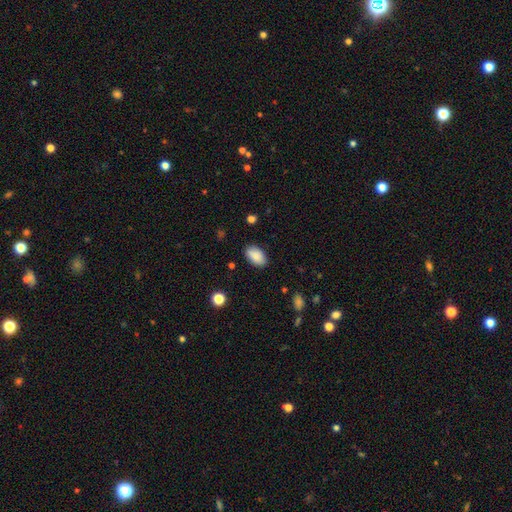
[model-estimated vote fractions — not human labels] A smooth galaxy with no disk features (89%) that is in between round and cigar-shaped (93%).

Vote fractions:
- Smooth or featured? smooth: 89% / star or artifact: 7% / featured or disk: 4%
- How rounded? in between: 93% / round: 5% / cigar-shaped: 2%
- Merging? none: 86% / minor disturbance: 10% / major disturbance: 3% / merger: 1%